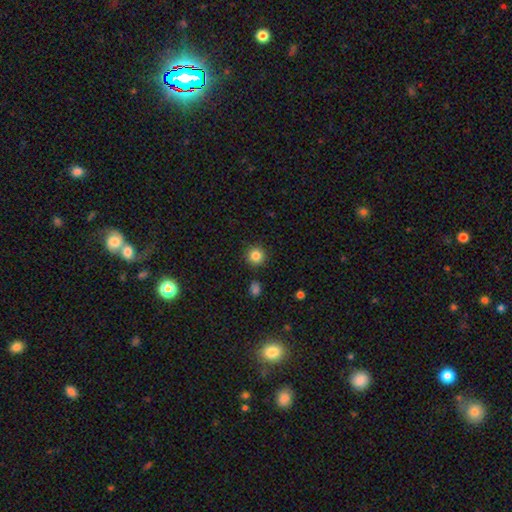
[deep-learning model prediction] smooth 84%, star or artifact 11%, featured or disk 5%. Down the decision tree: how rounded — round (95%); merging — none (91%).